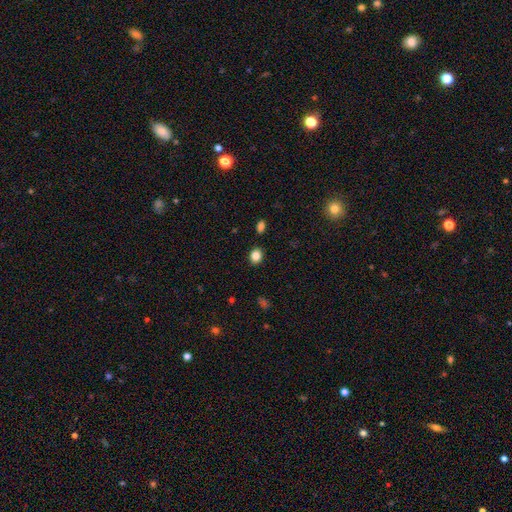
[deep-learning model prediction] Smooth or featured?
  - smooth: 85% *
  - star or artifact: 10%
  - featured or disk: 5%
How rounded?
  - round: 50% *
  - in between: 49%
  - cigar-shaped: 1%
Merging?
  - none: 88% *
  - minor disturbance: 8%
  - merger: 2%
  - major disturbance: 2%